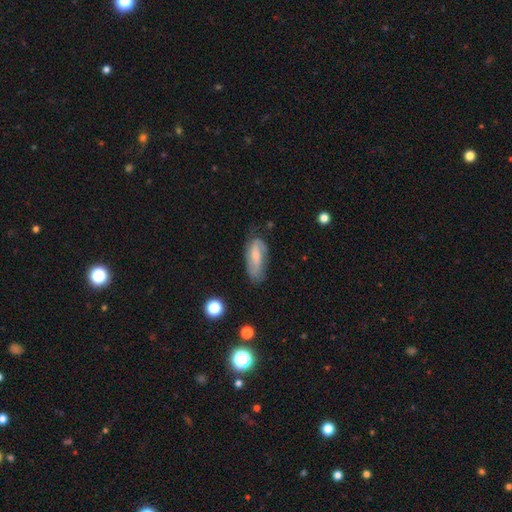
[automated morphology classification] A featured or disk galaxy (55%). Merging: none (62%).